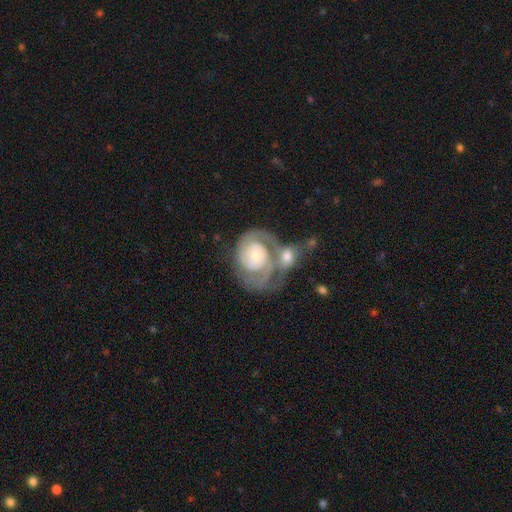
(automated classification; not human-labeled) Smooth or featured? Predicted: featured or disk (p=0.83). Edge-on disk? Predicted: no (p=0.97). Bar? Predicted: no (p=0.73). Spiral arms? Predicted: yes (p=0.91). Spiral winding? Predicted: tight (p=0.70). Spiral arm count? Predicted: 2 (p=0.49). Bulge size? Predicted: moderate (p=0.48). Merging? Predicted: merger (p=0.50).